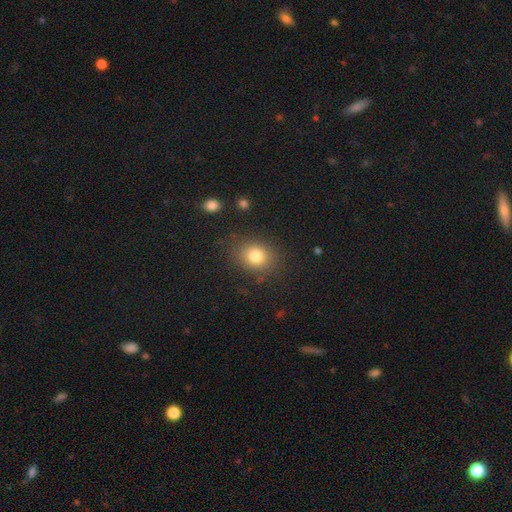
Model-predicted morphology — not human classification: The model was most divided on "how rounded": round: 56%, in between: 43%, cigar-shaped: 1%. More confident: merging — none (81%); smooth or featured — smooth (80%).